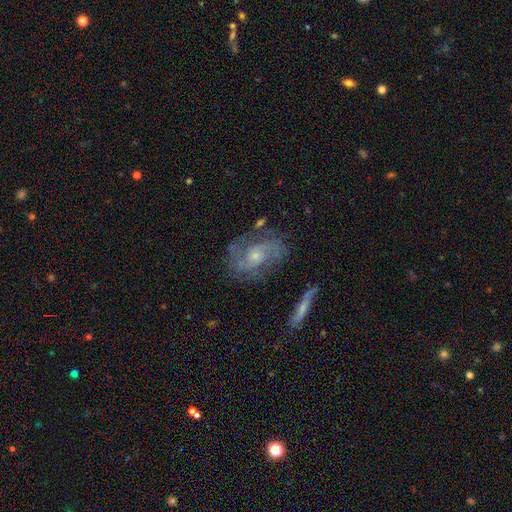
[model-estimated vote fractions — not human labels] smooth-or-featured: featured or disk: 79% | smooth: 13% | star or artifact: 8%
  disk-edge-on: no: 96% | yes: 4%
    bar: no: 66% | weak: 28% | strong: 6%
    has-spiral-arms: yes: 91% | no: 9%
      spiral-winding: medium: 48% | tight: 28% | loose: 25%
      spiral-arm-count: 2: 66% | can't tell: 17% | 3: 8% | 1: 3% | 4: 3% | more than 4: 3%
    bulge-size: small: 64% | moderate: 30% | none: 3% | large: 2% | dominant: 1%
  merging: none: 65% | minor disturbance: 19% | major disturbance: 11% | merger: 4%